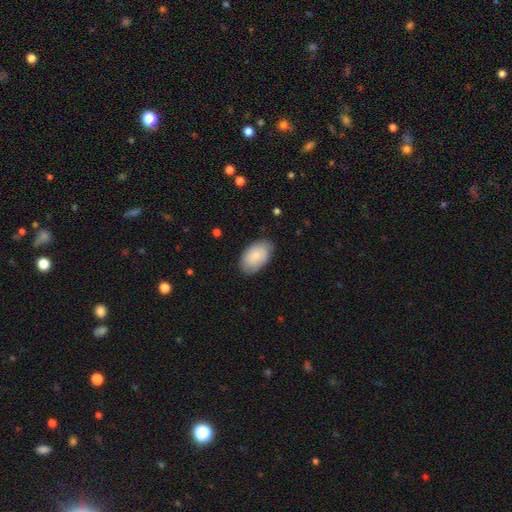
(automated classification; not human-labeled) Smooth or featured? smooth (82%)
How rounded? in between (94%)
Merging? none (81%)